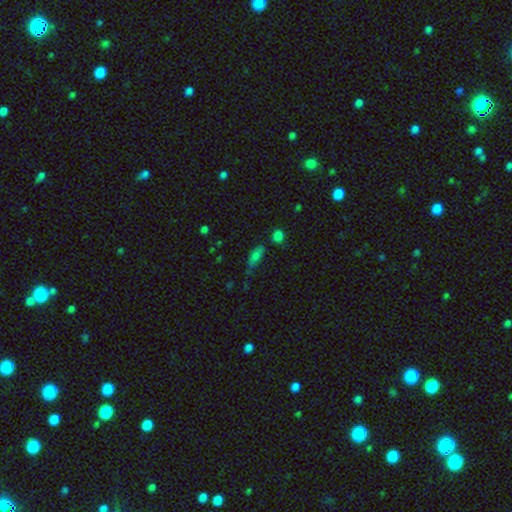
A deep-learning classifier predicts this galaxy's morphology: smooth 73%, featured or disk 13%, star or artifact 13%. Down the decision tree: how rounded — in between (64%); merging — none (53%).